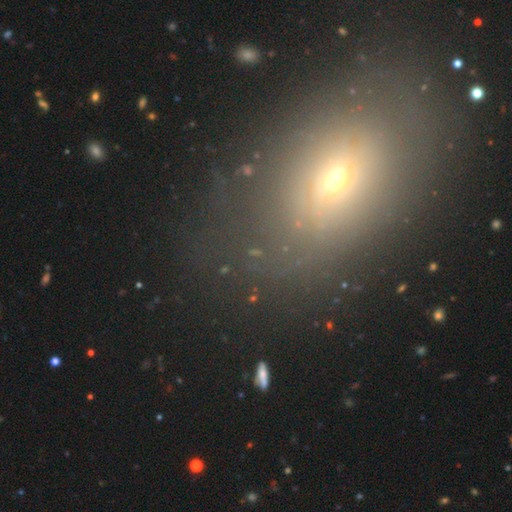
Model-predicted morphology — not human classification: smooth_or_featured: smooth (p=0.45) [alt: star or artifact p=0.36]
merging: none (p=0.75) [alt: minor disturbance p=0.13]